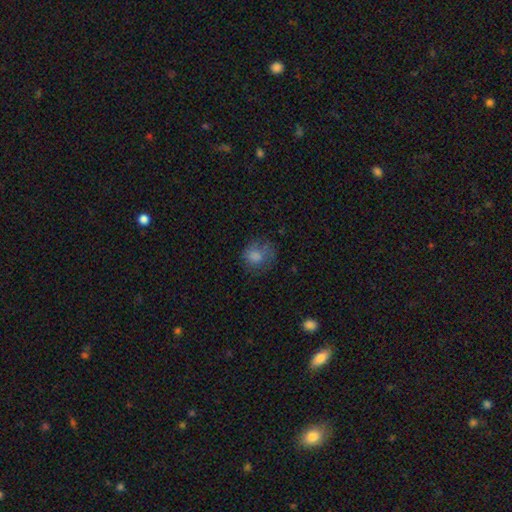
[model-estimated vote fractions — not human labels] This is likely a smooth galaxy (76%). How rounded: likely round (72%). Merging: possibly none (54%).